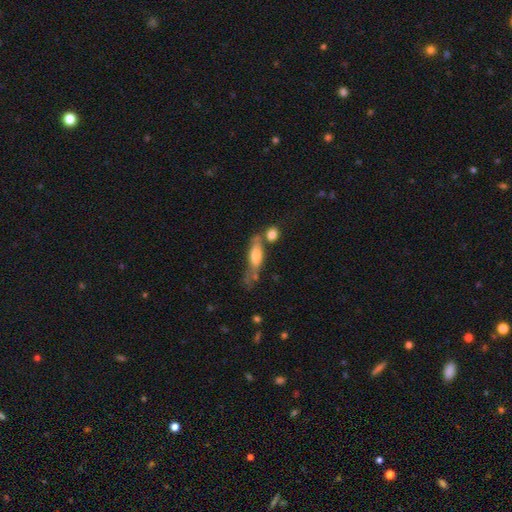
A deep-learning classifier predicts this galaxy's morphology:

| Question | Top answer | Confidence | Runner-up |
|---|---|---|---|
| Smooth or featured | smooth | 48% | featured or disk (44%) |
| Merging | none | 42% | minor disturbance (22%) |